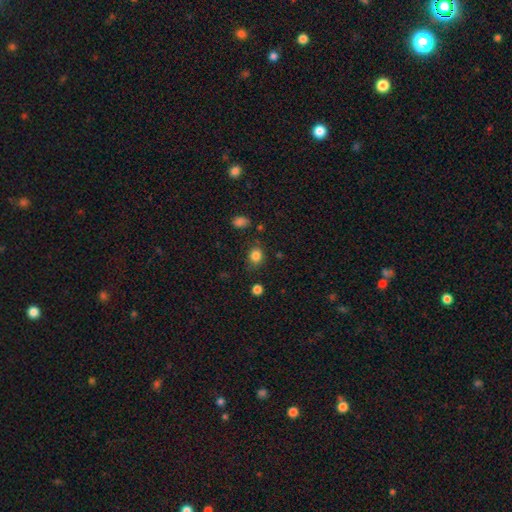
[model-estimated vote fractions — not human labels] smooth-or-featured: smooth: 83% | star or artifact: 12% | featured or disk: 5%
  how-rounded: round: 59% | in between: 40% | cigar-shaped: 1%
  merging: none: 76% | minor disturbance: 17% | major disturbance: 5% | merger: 3%